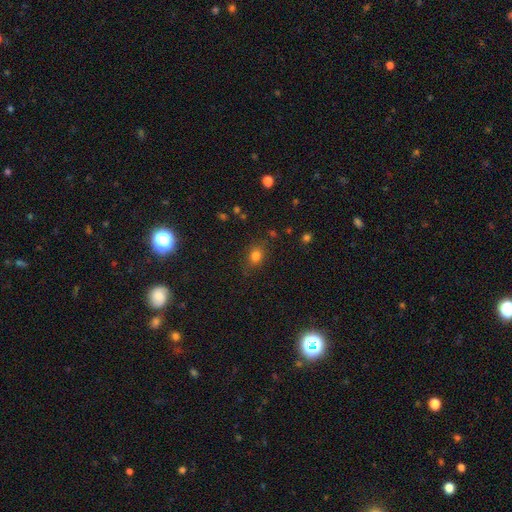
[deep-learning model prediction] Smooth or featured?
  - smooth: 79% *
  - star or artifact: 14%
  - featured or disk: 7%
How rounded?
  - in between: 57% *
  - round: 41%
  - cigar-shaped: 2%
Merging?
  - none: 79% *
  - minor disturbance: 15%
  - major disturbance: 5%
  - merger: 2%